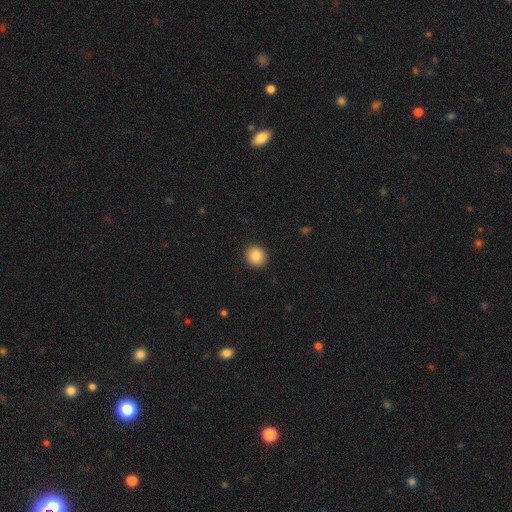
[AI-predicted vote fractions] This appears to be a smooth galaxy with no disk features (86%) that is round (87%). Merging: none (92%).